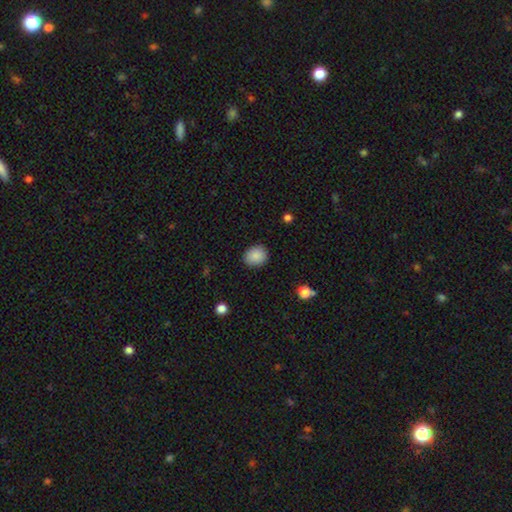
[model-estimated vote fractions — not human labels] Smooth or featured: smooth — 88% (star or artifact — 8%)
How rounded: round — 58% (in between — 41%)
Merging: none — 88% (minor disturbance — 9%)